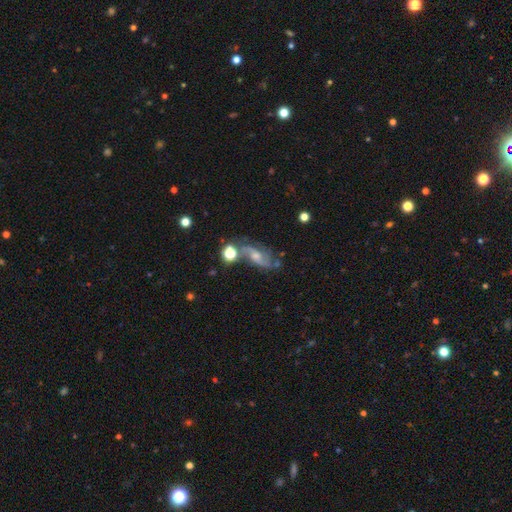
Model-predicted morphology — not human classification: A featured or disk galaxy (75%) with no bar (47%), 2 (84%) loose (50%) spiral arms (92%) and a moderate central bulge (49%).

Vote fractions:
- Smooth or featured? featured or disk: 75% / smooth: 14% / star or artifact: 11%
- Edge-on disk? no: 91% / yes: 9%
- Bar? no: 47% / weak: 40% / strong: 13%
- Spiral arms? yes: 92% / no: 8%
- Spiral winding? loose: 50% / medium: 37% / tight: 14%
- Spiral arm count? 2: 84% / can't tell: 7% / 1: 3% / 3: 3% / 4: 1% / more than 4: 1%
- Bulge size? moderate: 49% / small: 42% / none: 4% / large: 4% / dominant: 1%
- Merging? none: 58% / minor disturbance: 18% / merger: 14% / major disturbance: 10%